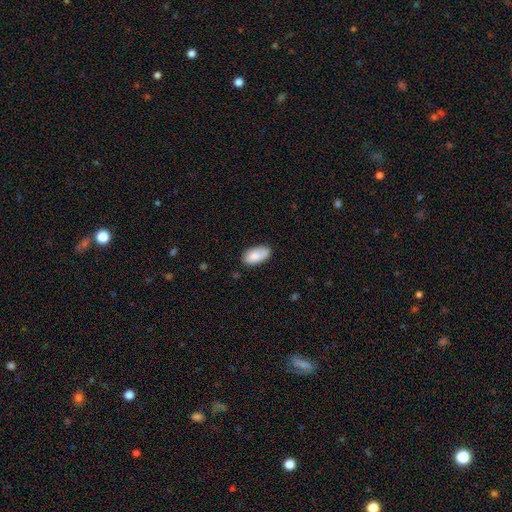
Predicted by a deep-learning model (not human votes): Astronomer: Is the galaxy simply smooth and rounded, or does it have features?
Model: smooth — 85%.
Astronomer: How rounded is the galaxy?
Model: in between — 93%.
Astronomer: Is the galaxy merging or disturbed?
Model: none — 75%.